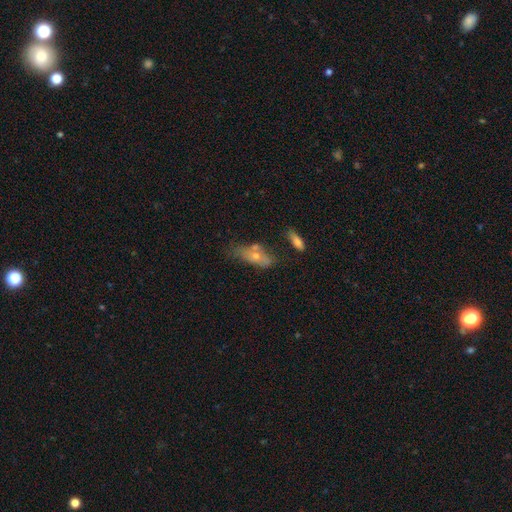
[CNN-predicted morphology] A smooth galaxy with no disk features (51%) that is in between round and cigar-shaped (67%). Merging: none (49%).